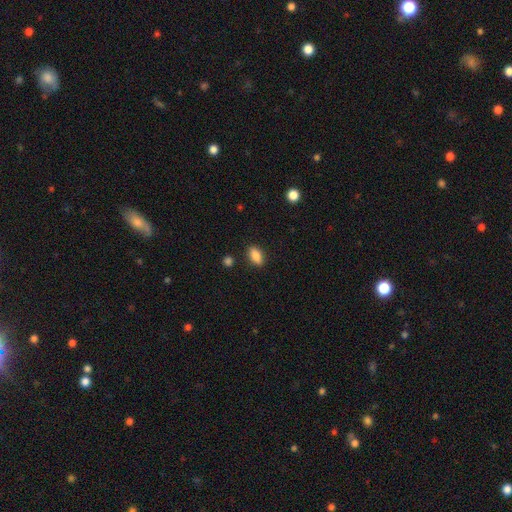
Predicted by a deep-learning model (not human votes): Overall: smooth (87%). How rounded: in between (87%). Merging: none (86%).